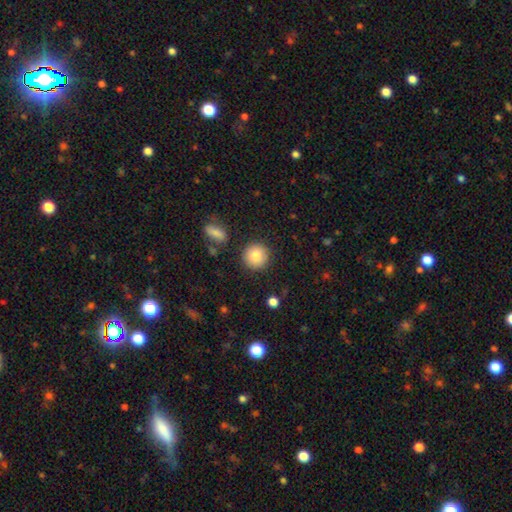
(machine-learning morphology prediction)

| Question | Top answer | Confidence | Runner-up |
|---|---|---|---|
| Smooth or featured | smooth | 82% | featured or disk (10%) |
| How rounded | round | 94% | in between (5%) |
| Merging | none | 89% | minor disturbance (7%) |